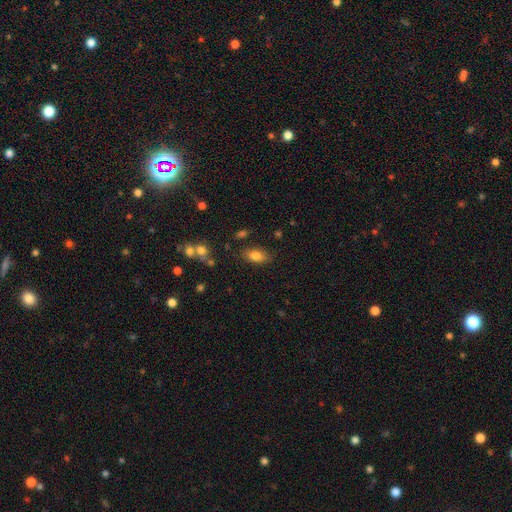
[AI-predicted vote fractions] Q: Smooth or featured?
A: smooth (81%); runner-up: featured or disk (10%)
Q: How rounded?
A: in between (87%); runner-up: cigar-shaped (7%)
Q: Merging?
A: none (80%); runner-up: minor disturbance (13%)